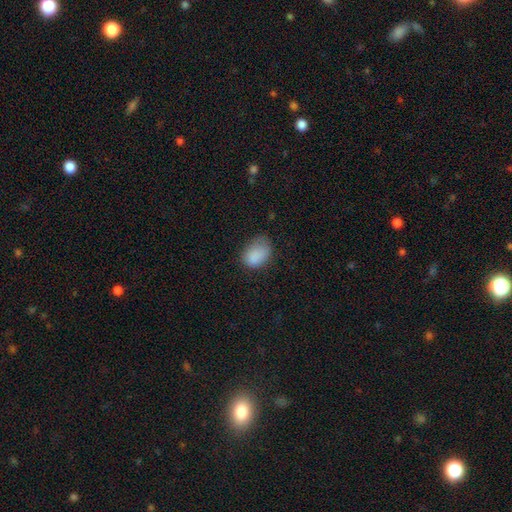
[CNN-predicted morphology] Smooth or featured? smooth (85%)
How rounded? in between (79%)
Merging? none (53%)